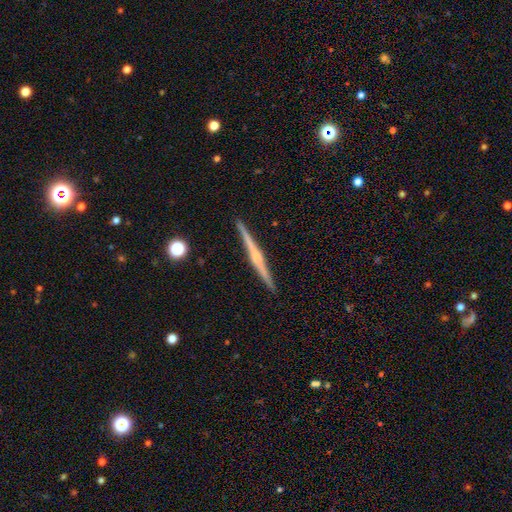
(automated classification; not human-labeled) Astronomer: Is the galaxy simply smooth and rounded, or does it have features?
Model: featured or disk — 78%.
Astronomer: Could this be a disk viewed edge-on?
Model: yes — 99%.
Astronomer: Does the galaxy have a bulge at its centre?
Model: rounded — 71%.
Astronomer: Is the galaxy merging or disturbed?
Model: none — 92%.